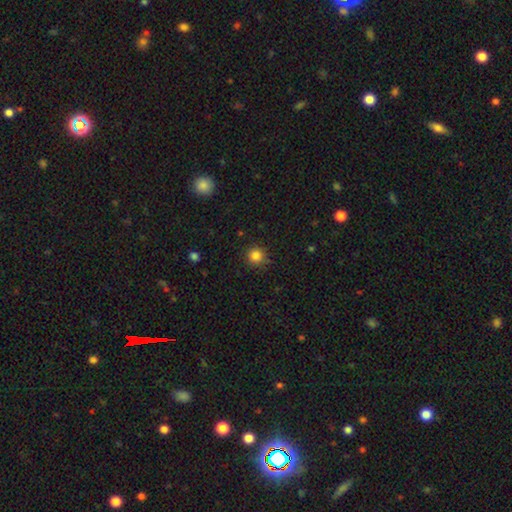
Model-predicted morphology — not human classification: type=smooth (84%); roundness=round (94%); merging=none (89%).